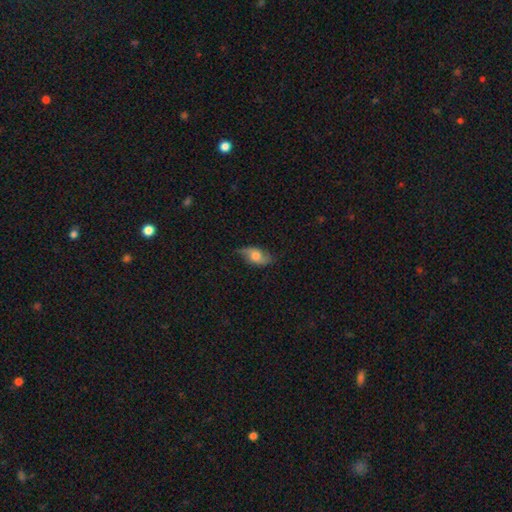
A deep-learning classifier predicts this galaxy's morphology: featured or disk 49%, smooth 43%, star or artifact 8%. Down the decision tree: merging — none (71%).